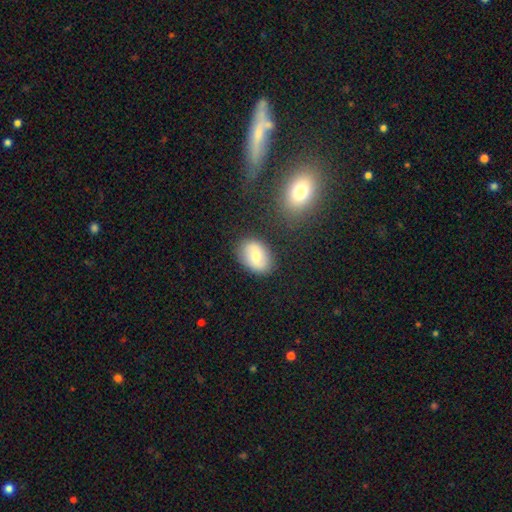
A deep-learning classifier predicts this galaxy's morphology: type=smooth (66%); roundness=in between (77%); merging=none (83%).